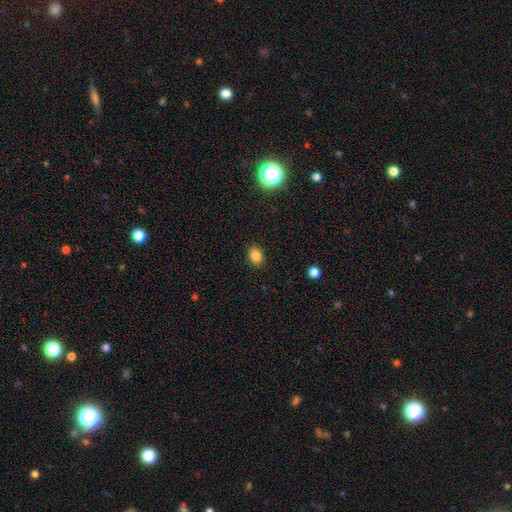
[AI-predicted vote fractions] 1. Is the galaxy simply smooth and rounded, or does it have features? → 84% smooth, 11% star or artifact, 5% featured or disk.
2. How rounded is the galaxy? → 66% in between, 33% round, 1% cigar-shaped.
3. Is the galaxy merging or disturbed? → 89% none, 8% minor disturbance, 2% major disturbance, 1% merger.